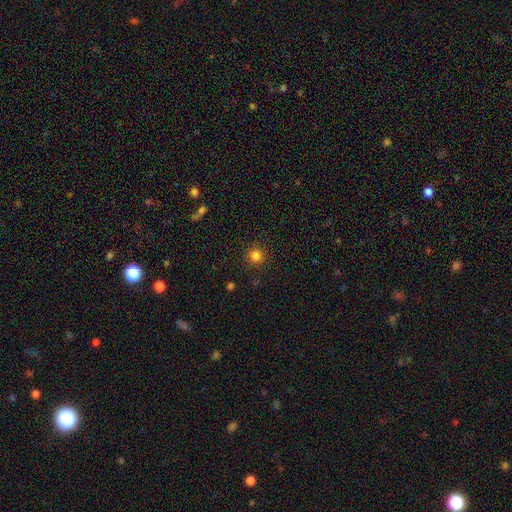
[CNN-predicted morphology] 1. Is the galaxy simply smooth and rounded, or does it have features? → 82% smooth, 14% star or artifact, 4% featured or disk.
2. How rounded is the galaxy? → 94% round, 5% in between, 1% cigar-shaped.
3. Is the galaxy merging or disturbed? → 89% none, 7% minor disturbance, 3% major disturbance, 1% merger.